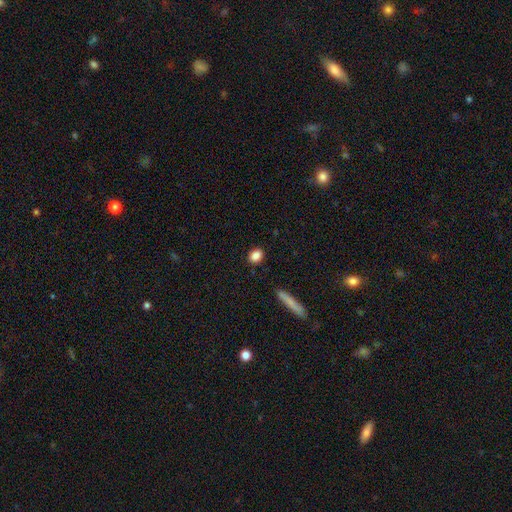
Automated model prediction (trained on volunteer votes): This is clearly a smooth galaxy (86%). How rounded: possibly in between (59%). Merging: clearly none (88%).